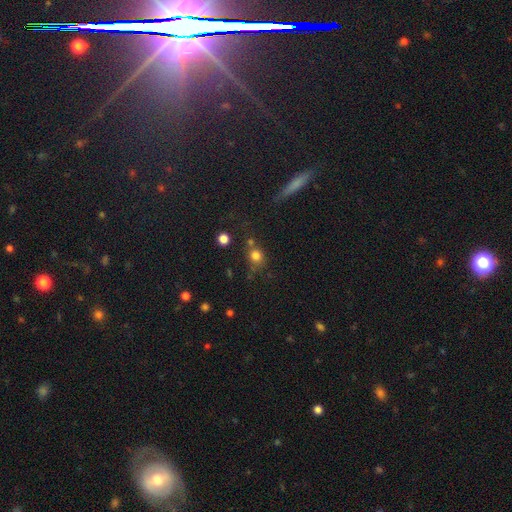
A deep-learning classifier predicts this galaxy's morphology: smooth_or_featured: smooth (p=0.78) [alt: star or artifact p=0.14]
how_rounded: round (p=0.80) [alt: in between p=0.18]
merging: none (p=0.59) [alt: merger p=0.18]